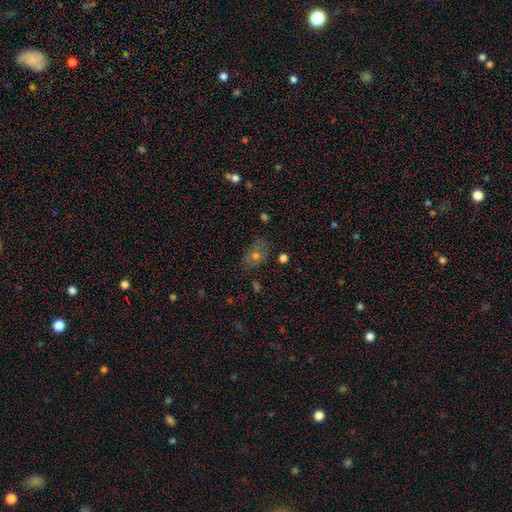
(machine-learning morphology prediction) type=smooth (51%); roundness=in between (69%); merging=none (66%).